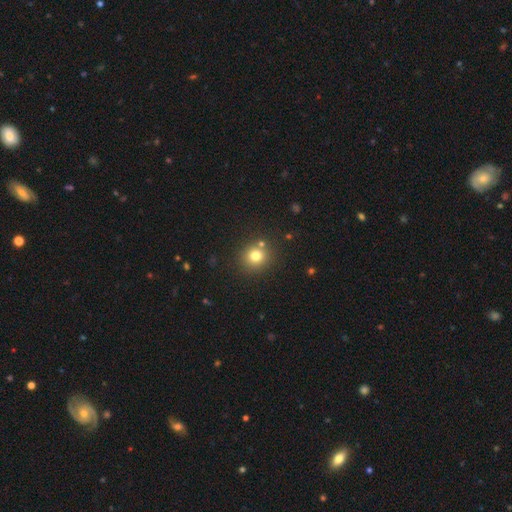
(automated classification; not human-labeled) Smooth or featured? smooth (77%)
How rounded? round (88%)
Merging? none (80%)